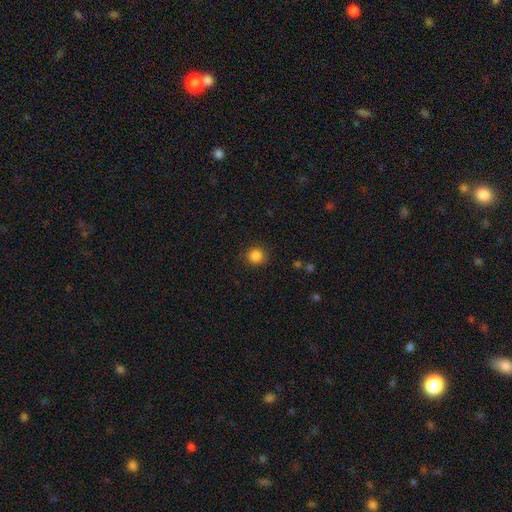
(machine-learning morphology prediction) This is clearly a smooth galaxy (85%). How rounded: clearly round (91%). Merging: clearly none (88%).